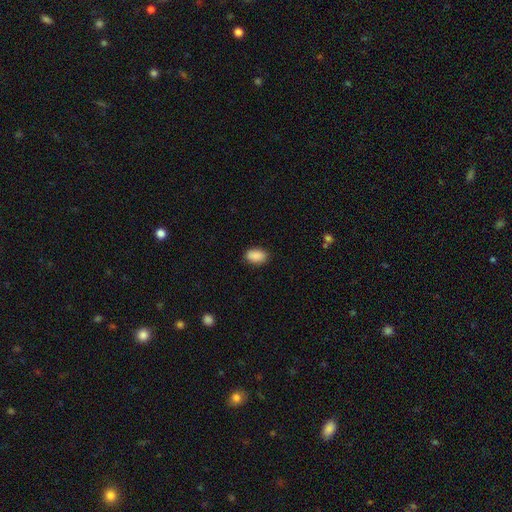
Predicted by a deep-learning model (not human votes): Q: Smooth or featured?
A: smooth (90%); runner-up: star or artifact (7%)
Q: How rounded?
A: in between (91%); runner-up: round (8%)
Q: Merging?
A: none (86%); runner-up: minor disturbance (11%)